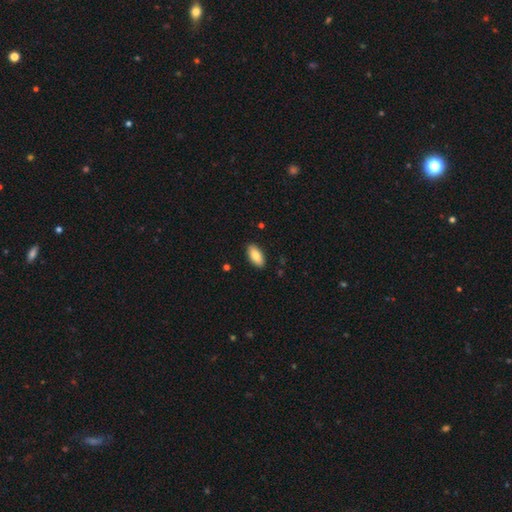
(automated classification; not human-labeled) This appears to be a smooth galaxy with no disk features (83%) that is in between round and cigar-shaped (92%). Merging: none (89%).